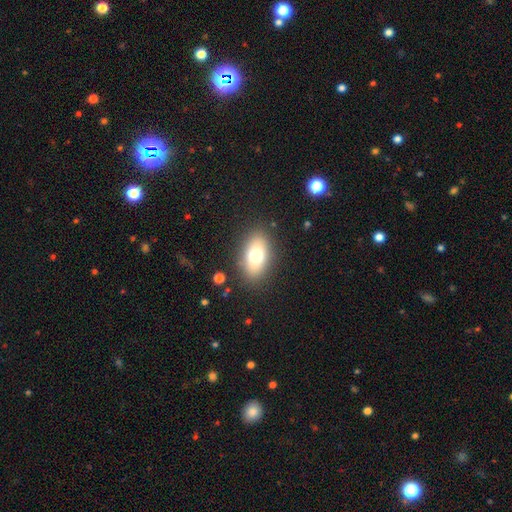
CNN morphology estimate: smooth_or_featured: smooth (p=0.71) [alt: featured or disk p=0.19]
how_rounded: in between (p=0.86) [alt: round p=0.10]
merging: none (p=0.84) [alt: minor disturbance p=0.10]